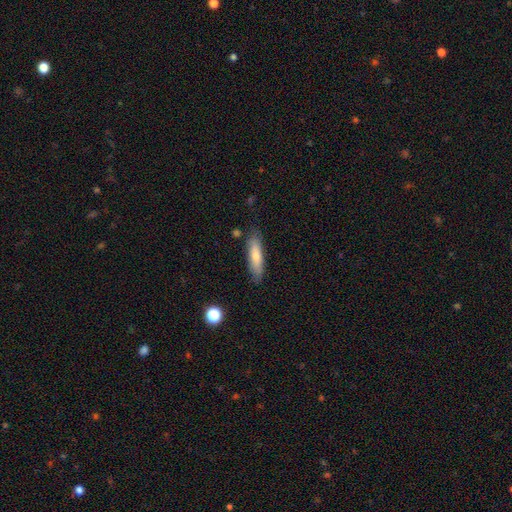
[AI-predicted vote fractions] A smooth galaxy with no disk features (74%) that is cigar-shaped (66%).

Vote fractions:
- Smooth or featured? smooth: 74% / featured or disk: 20% / star or artifact: 6%
- How rounded? cigar-shaped: 66% / in between: 32% / round: 2%
- Merging? none: 80% / minor disturbance: 14% / major disturbance: 3% / merger: 3%